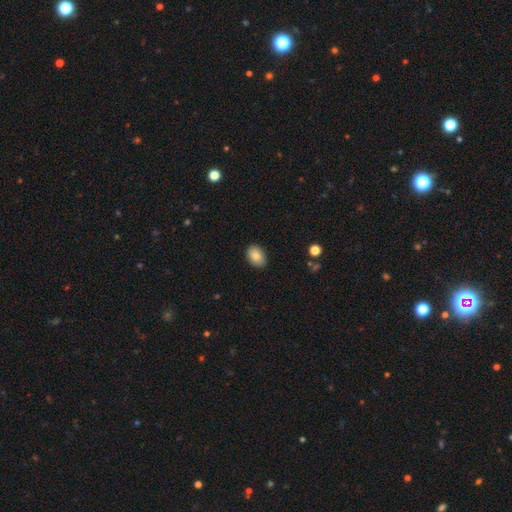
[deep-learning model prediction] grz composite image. It shows a smooth galaxy with no disk features (86%) that is in between round and cigar-shaped (82%). Merging: none (87%).